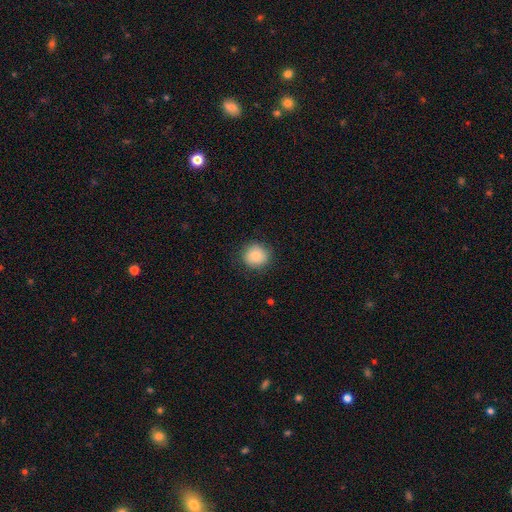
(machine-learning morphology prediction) type=smooth (85%); roundness=round (89%); merging=none (88%).